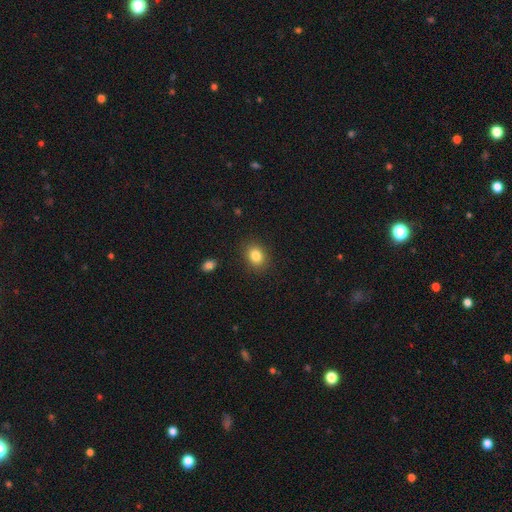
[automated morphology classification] Smooth or featured?
  - smooth: 84% *
  - star or artifact: 10%
  - featured or disk: 6%
How rounded?
  - in between: 53% *
  - round: 46%
  - cigar-shaped: 1%
Merging?
  - none: 87% *
  - minor disturbance: 9%
  - major disturbance: 3%
  - merger: 1%